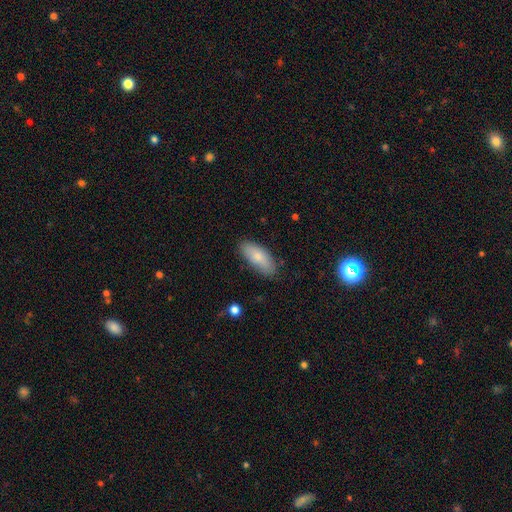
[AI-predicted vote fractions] A smooth galaxy with no disk features (78%) that is in between round and cigar-shaped (80%).

Vote fractions:
- Smooth or featured? smooth: 78% / featured or disk: 15% / star or artifact: 7%
- How rounded? in between: 80% / cigar-shaped: 17% / round: 2%
- Merging? none: 81% / minor disturbance: 15% / major disturbance: 3% / merger: 1%